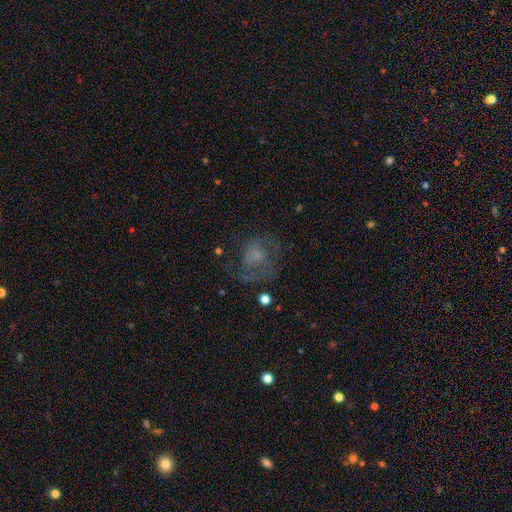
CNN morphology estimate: This appears to be a featured or disk galaxy (50%). Merging: none (45%).